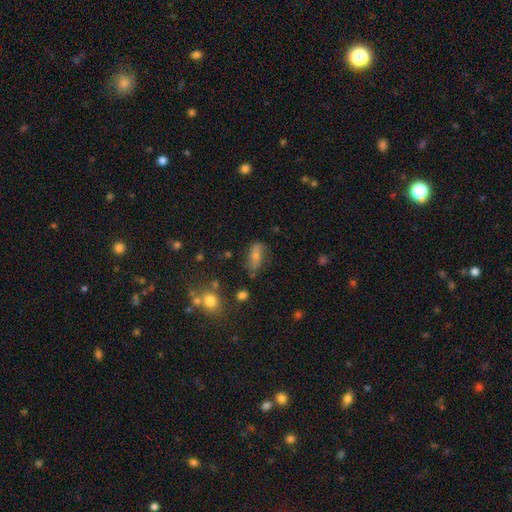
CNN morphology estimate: A smooth galaxy with no disk features (67%) that is in between round and cigar-shaped (78%). Merging: none (60%).